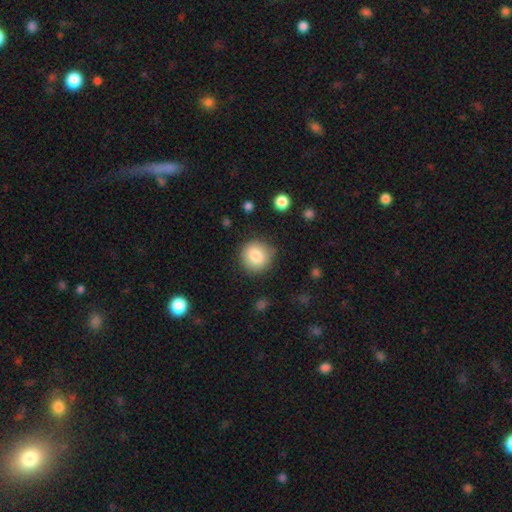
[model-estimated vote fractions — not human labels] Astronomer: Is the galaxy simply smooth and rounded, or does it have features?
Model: smooth — 84%.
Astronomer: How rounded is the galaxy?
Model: round — 92%.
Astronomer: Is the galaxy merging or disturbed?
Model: none — 85%.